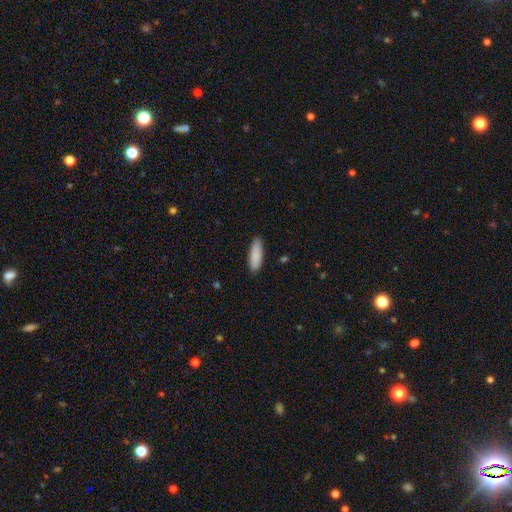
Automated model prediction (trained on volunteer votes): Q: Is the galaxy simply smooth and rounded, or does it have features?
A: smooth — 89%.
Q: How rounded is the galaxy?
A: in between — 54%.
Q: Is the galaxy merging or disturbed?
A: none — 87%.